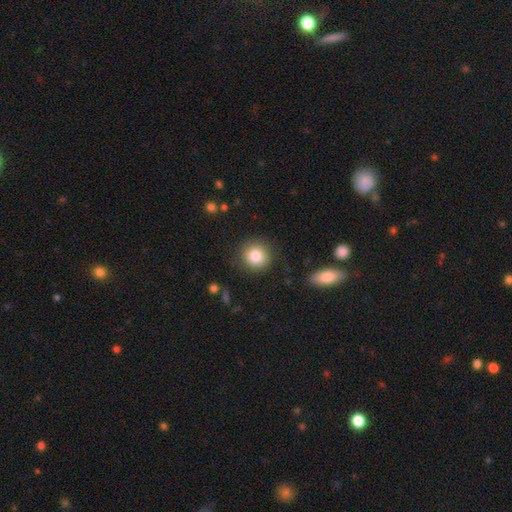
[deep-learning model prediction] Smooth or featured?
  - smooth: 83% *
  - star or artifact: 9%
  - featured or disk: 8%
How rounded?
  - round: 89% *
  - in between: 10%
  - cigar-shaped: 1%
Merging?
  - none: 86% *
  - minor disturbance: 9%
  - major disturbance: 3%
  - merger: 2%